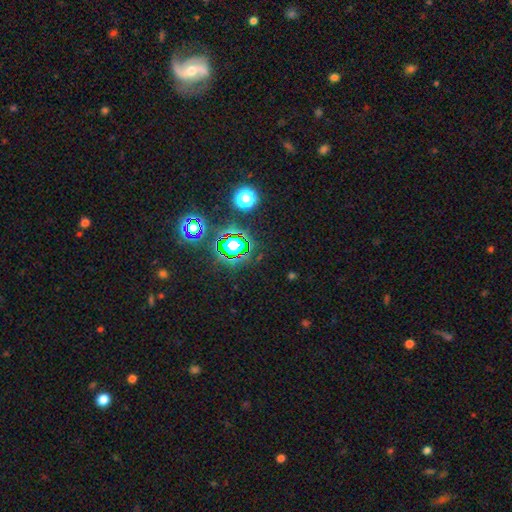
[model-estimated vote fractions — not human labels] Smooth or featured?
  - star or artifact: 76% *
  - smooth: 15%
  - featured or disk: 9%